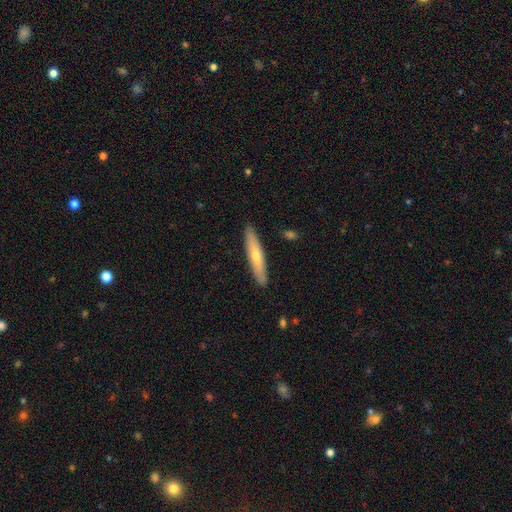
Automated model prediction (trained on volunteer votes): Q: Smooth or featured?
A: smooth (52%); runner-up: featured or disk (42%)
Q: How rounded?
A: cigar-shaped (90%); runner-up: in between (8%)
Q: Merging?
A: none (90%); runner-up: minor disturbance (7%)